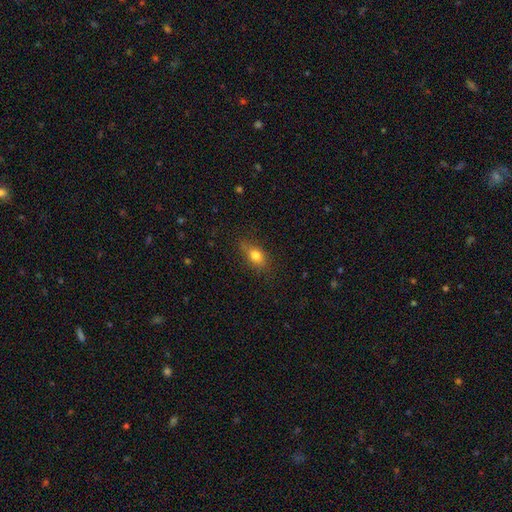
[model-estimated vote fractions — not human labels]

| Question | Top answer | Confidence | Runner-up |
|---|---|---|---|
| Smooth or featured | smooth | 79% | featured or disk (11%) |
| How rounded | in between | 73% | round (20%) |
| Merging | none | 73% | minor disturbance (20%) |